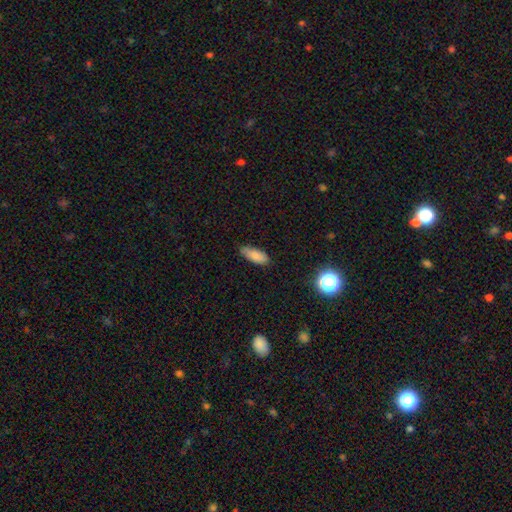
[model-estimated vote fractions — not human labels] smooth_or_featured: smooth (p=0.84) [alt: star or artifact p=0.08]
how_rounded: in between (p=0.74) [alt: cigar-shaped p=0.24]
merging: none (p=0.74) [alt: minor disturbance p=0.21]